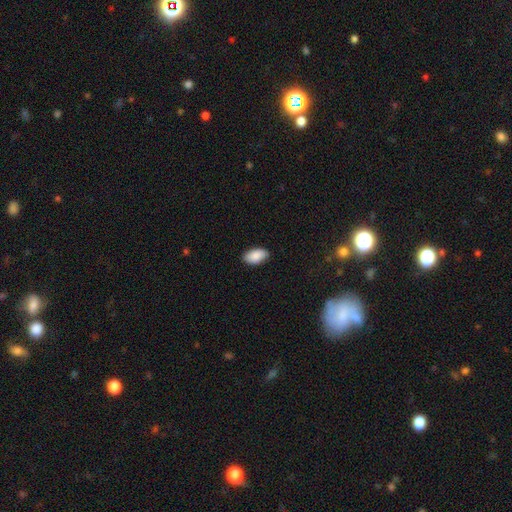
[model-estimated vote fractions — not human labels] Q: Smooth or featured?
A: smooth (89%); runner-up: star or artifact (6%)
Q: How rounded?
A: in between (95%); runner-up: round (3%)
Q: Merging?
A: none (86%); runner-up: minor disturbance (11%)